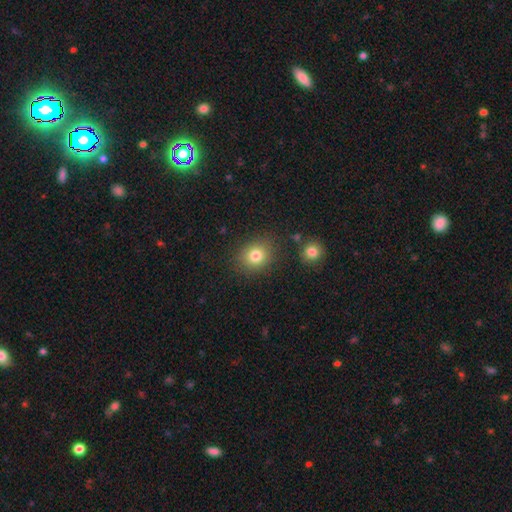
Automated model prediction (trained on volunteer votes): smooth_or_featured: smooth (p=0.80) [alt: star or artifact p=0.12]
how_rounded: round (p=0.71) [alt: in between p=0.28]
merging: none (p=0.82) [alt: minor disturbance p=0.11]